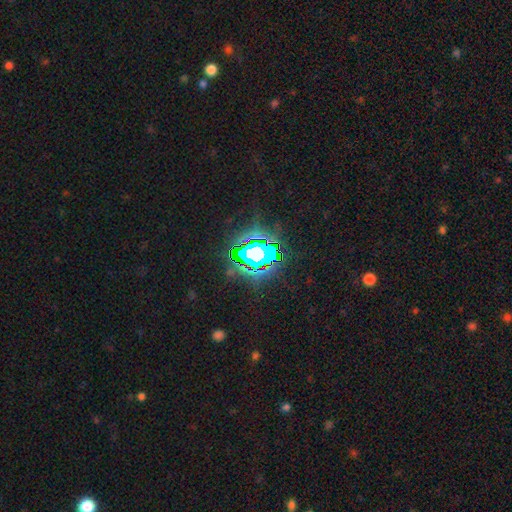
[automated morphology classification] Smooth or featured? star or artifact (74%)